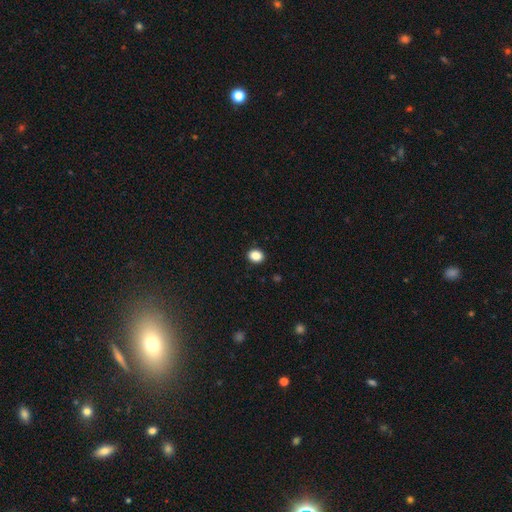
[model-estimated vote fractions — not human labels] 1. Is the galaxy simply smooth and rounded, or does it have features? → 88% smooth, 10% star or artifact, 3% featured or disk.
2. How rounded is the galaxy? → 56% round, 43% in between, 1% cigar-shaped.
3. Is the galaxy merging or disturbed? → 91% none, 6% minor disturbance, 2% major disturbance, 1% merger.